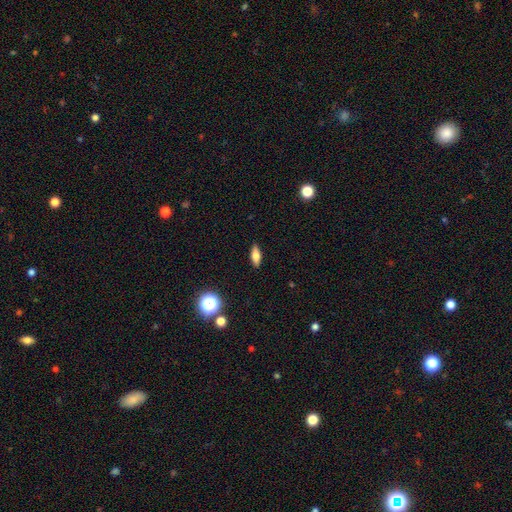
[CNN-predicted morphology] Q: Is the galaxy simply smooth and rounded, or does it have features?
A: smooth — 67%.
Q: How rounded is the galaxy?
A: in between — 67%.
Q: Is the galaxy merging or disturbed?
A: none — 89%.